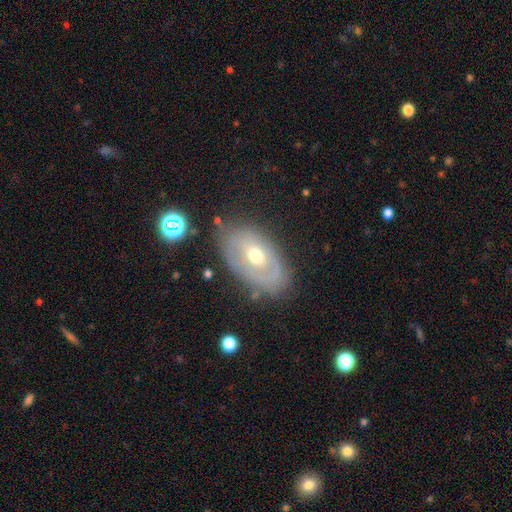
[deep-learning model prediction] Smooth or featured?
  - featured or disk: 62% *
  - smooth: 31%
  - star or artifact: 8%
Edge-on disk?
  - no: 91% *
  - yes: 9%
Bar?
  - no: 69% *
  - weak: 25%
  - strong: 7%
Spiral arms?
  - no: 52% *
  - yes: 48%
Bulge size?
  - moderate: 64% *
  - small: 31%
  - large: 4%
  - none: 1%
  - dominant: 1%
Merging?
  - none: 67% *
  - minor disturbance: 22%
  - major disturbance: 9%
  - merger: 3%